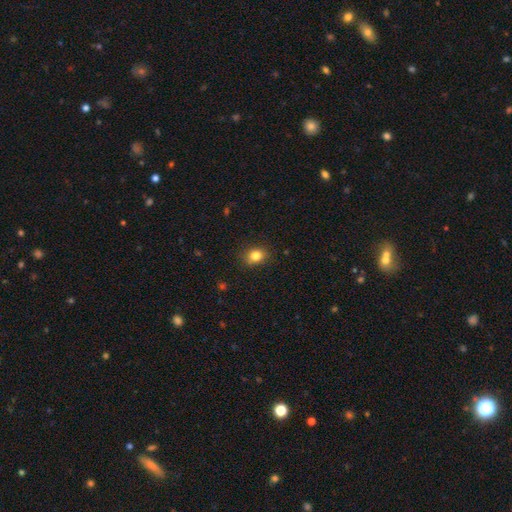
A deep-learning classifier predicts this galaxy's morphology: This appears to be a smooth galaxy with no disk features (82%) that is round (55%). Merging: none (82%).